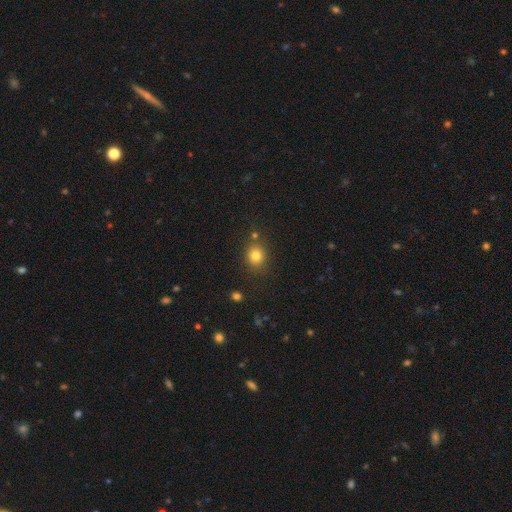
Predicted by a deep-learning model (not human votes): smooth 81%, star or artifact 13%, featured or disk 7%. Down the decision tree: how rounded — round (77%); merging — none (80%).